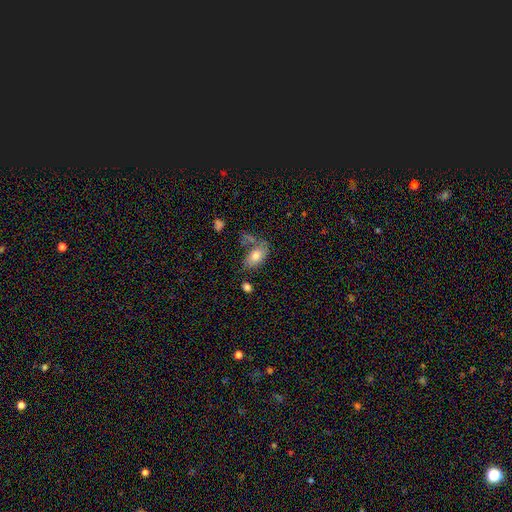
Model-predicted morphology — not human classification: The model was most divided on "merging": none: 57%, minor disturbance: 20%, merger: 16%, major disturbance: 8%. More confident: how rounded — in between (91%); smooth or featured — smooth (76%).